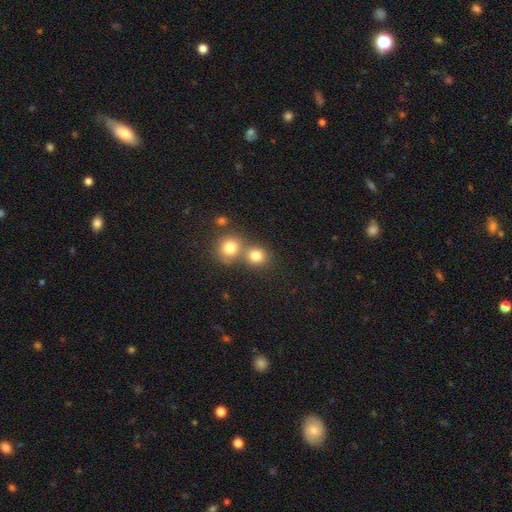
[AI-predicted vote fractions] Q: Smooth or featured?
A: smooth (80%); runner-up: star or artifact (12%)
Q: How rounded?
A: round (84%); runner-up: in between (15%)
Q: Merging?
A: none (51%); runner-up: merger (39%)